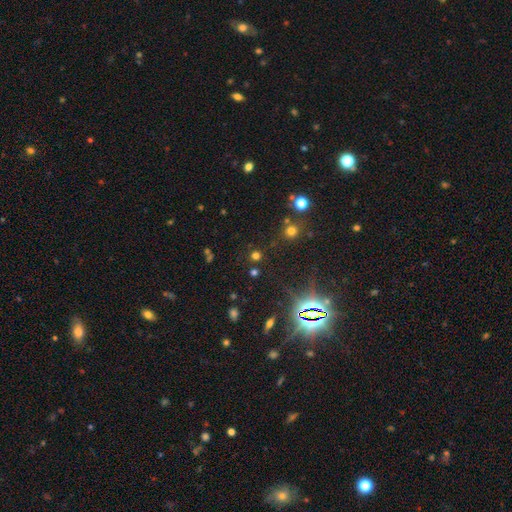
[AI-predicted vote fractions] Smooth or featured: smooth — 49% (star or artifact — 44%)
Merging: none — 85% (minor disturbance — 7%)